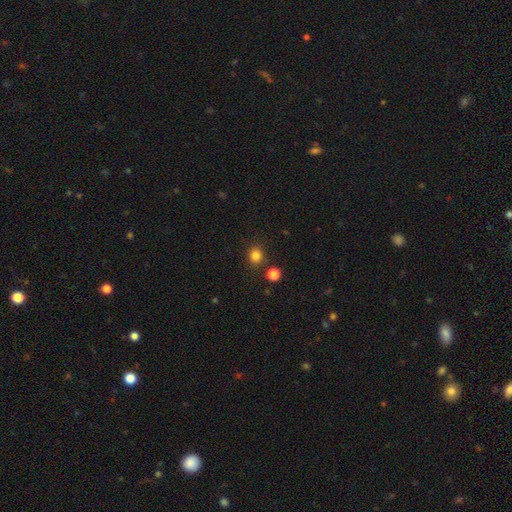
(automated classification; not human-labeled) Overall: smooth (82%). How rounded: round (86%). Merging: none (85%).